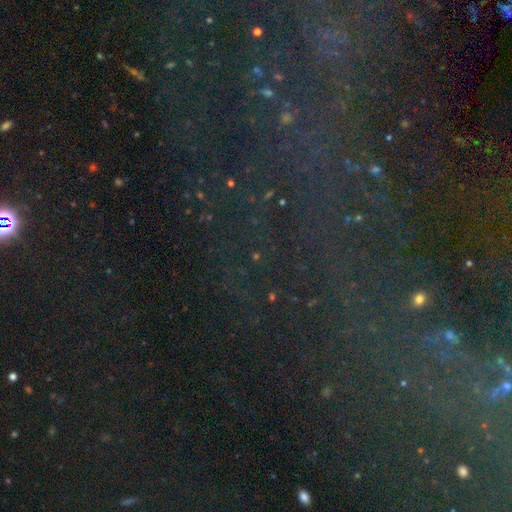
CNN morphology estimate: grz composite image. It shows a star or artifact, not a galaxy (81%).